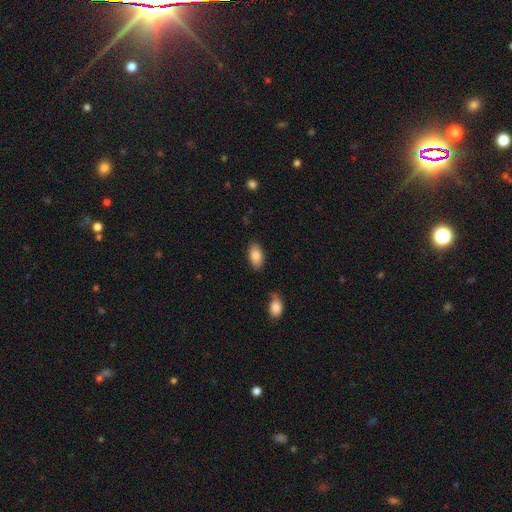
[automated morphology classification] smooth 85%, featured or disk 8%, star or artifact 7%. Down the decision tree: how rounded — in between (94%); merging — none (83%).